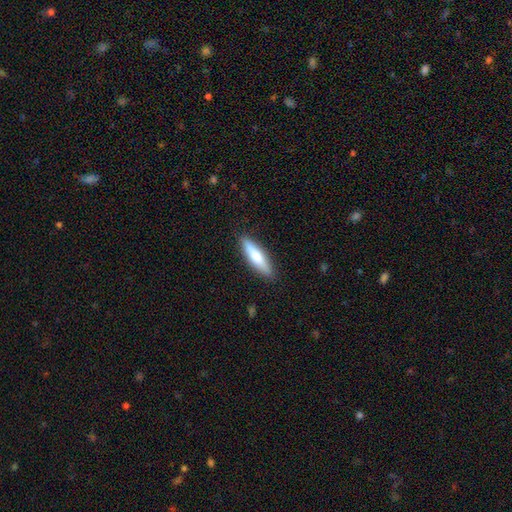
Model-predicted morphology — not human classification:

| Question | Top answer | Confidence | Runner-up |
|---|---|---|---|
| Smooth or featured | smooth | 63% | featured or disk (32%) |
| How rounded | cigar-shaped | 75% | in between (23%) |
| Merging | none | 88% | minor disturbance (9%) |